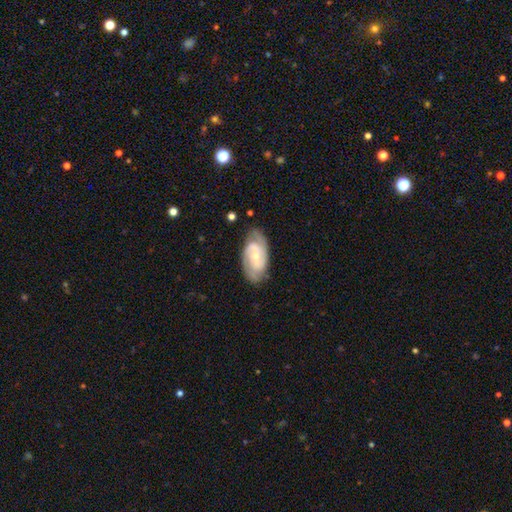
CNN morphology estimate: A featured or disk galaxy (81%) with a weak bar (47%), 2 (76%) tight (44%, tied with medium) spiral arms (95%) and a small central bulge (62%).

Vote fractions:
- Smooth or featured? featured or disk: 81% / smooth: 14% / star or artifact: 5%
- Edge-on disk? no: 96% / yes: 4%
- Bar? weak: 47% / no: 35% / strong: 18%
- Spiral arms? yes: 95% / no: 5%
- Spiral winding? tight: 44% (tied) / medium: 44% (tied) / loose: 12%
- Spiral arm count? 2: 76% / can't tell: 11% / 3: 8% / 1: 2% / 4: 2% / more than 4: 1%
- Bulge size? small: 62% / moderate: 33% / none: 2% / large: 1% / dominant: 1%
- Merging? none: 76% / minor disturbance: 18% / major disturbance: 5% / merger: 1%